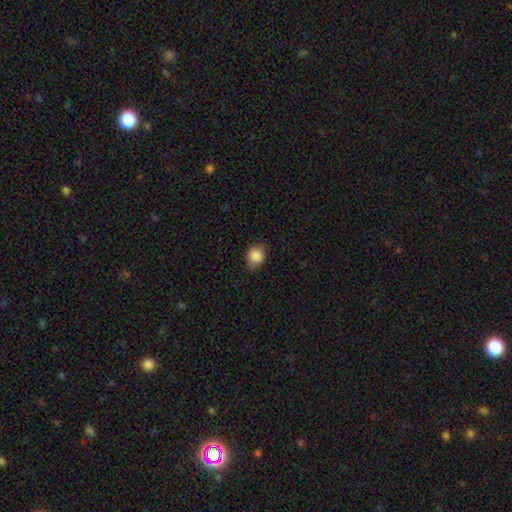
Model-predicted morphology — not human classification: smooth-or-featured: smooth: 87% | star or artifact: 8% | featured or disk: 5%
  how-rounded: round: 55% | in between: 44% | cigar-shaped: 1%
  merging: none: 73% | minor disturbance: 22% | major disturbance: 4% | merger: 1%